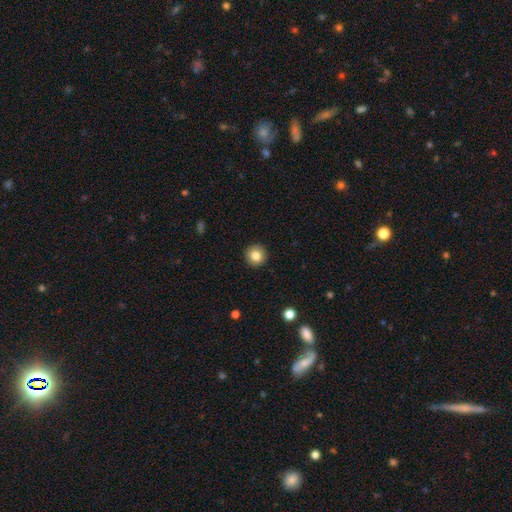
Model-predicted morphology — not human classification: smooth-or-featured: smooth: 83% | star or artifact: 9% | featured or disk: 7%
  how-rounded: round: 94% | in between: 5% | cigar-shaped: 1%
  merging: none: 92% | minor disturbance: 5% | major disturbance: 2% | merger: 1%